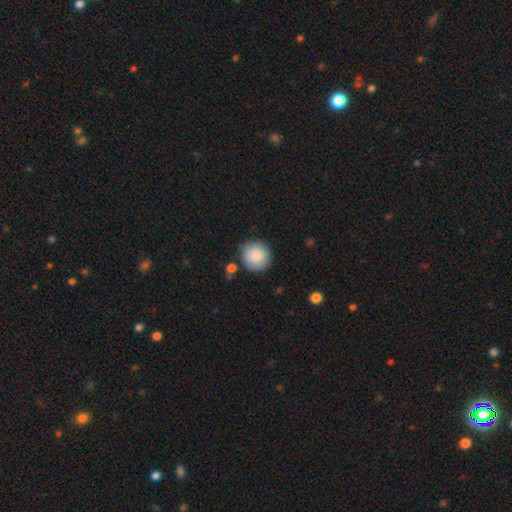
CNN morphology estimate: Smooth or featured: smooth — 87% (star or artifact — 7%)
How rounded: round — 93% (in between — 6%)
Merging: none — 83% (minor disturbance — 11%)